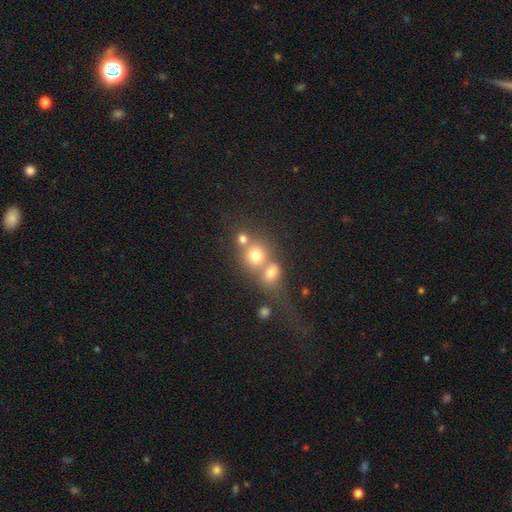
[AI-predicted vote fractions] This appears to be a smooth galaxy with no disk features (67%) that is round (81%). Merging: merger (55%).